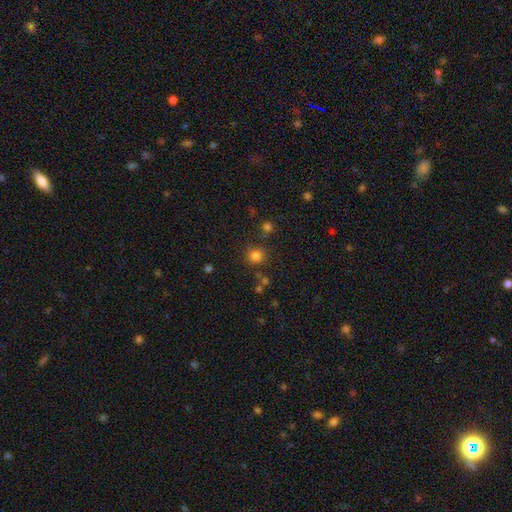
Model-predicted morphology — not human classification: A smooth galaxy with no disk features (79%) that is round (92%). Merging: none (80%).